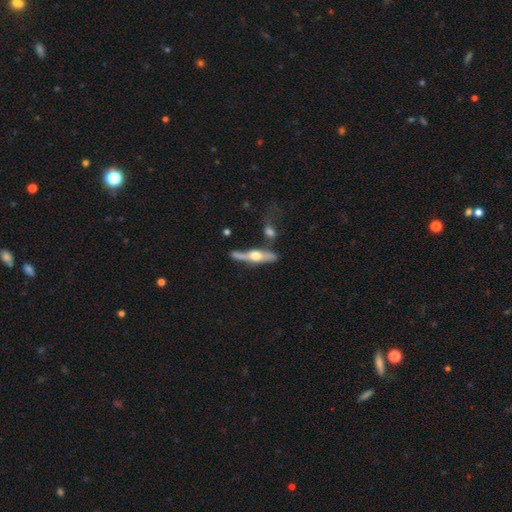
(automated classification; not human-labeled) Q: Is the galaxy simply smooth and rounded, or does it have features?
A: featured or disk — 71%.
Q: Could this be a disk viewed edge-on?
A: yes — 90%.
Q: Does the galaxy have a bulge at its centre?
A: rounded — 94%.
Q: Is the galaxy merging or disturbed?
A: none — 60%.